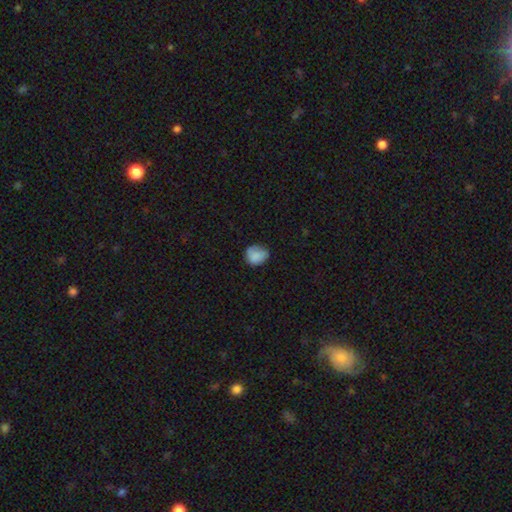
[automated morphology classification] Smooth or featured? smooth (82%)
How rounded? round (65%)
Merging? none (61%)